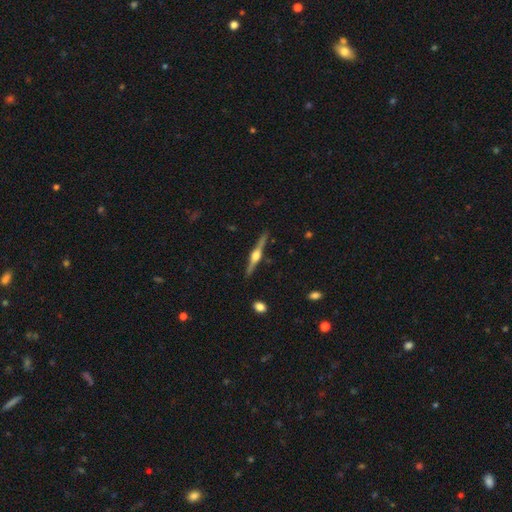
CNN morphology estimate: Q: Smooth or featured?
A: featured or disk (83%); runner-up: smooth (12%)
Q: Edge-on disk?
A: yes (98%); runner-up: no (2%)
Q: Edge-on bulge?
A: rounded (93%); runner-up: boxy (5%)
Q: Merging?
A: none (90%); runner-up: minor disturbance (7%)